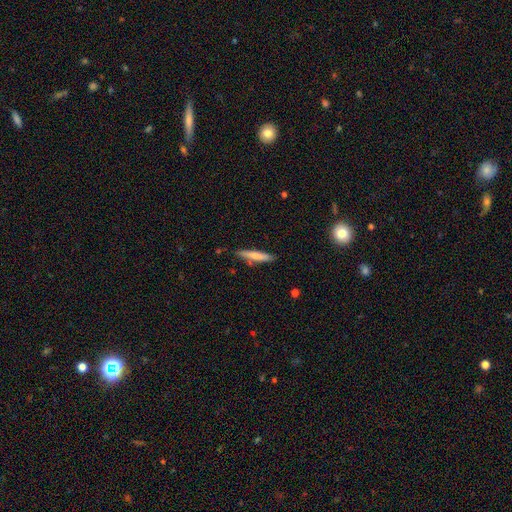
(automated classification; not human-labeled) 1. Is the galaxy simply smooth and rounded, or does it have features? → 67% smooth, 27% featured or disk, 6% star or artifact.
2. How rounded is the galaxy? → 89% cigar-shaped, 9% in between, 1% round.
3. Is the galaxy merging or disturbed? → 80% none, 13% minor disturbance, 4% merger, 2% major disturbance.